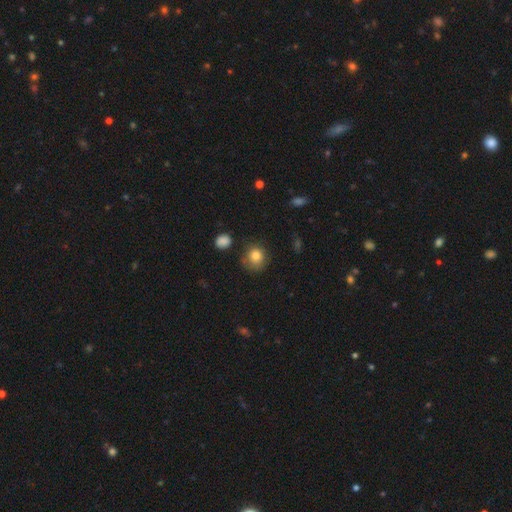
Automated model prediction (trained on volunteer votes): smooth_or_featured: smooth (p=0.81) [alt: star or artifact p=0.10]
how_rounded: round (p=0.85) [alt: in between p=0.14]
merging: none (p=0.70) [alt: minor disturbance p=0.21]